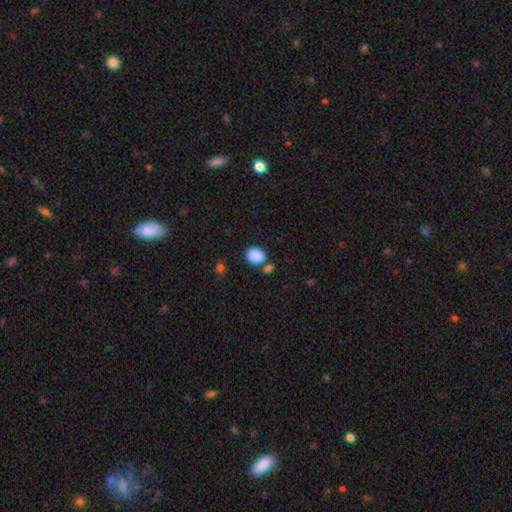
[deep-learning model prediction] Smooth or featured?
  - smooth: 88% *
  - star or artifact: 9%
  - featured or disk: 4%
How rounded?
  - round: 50% *
  - in between: 49%
  - cigar-shaped: 1%
Merging?
  - none: 64% *
  - merger: 19%
  - minor disturbance: 13%
  - major disturbance: 4%